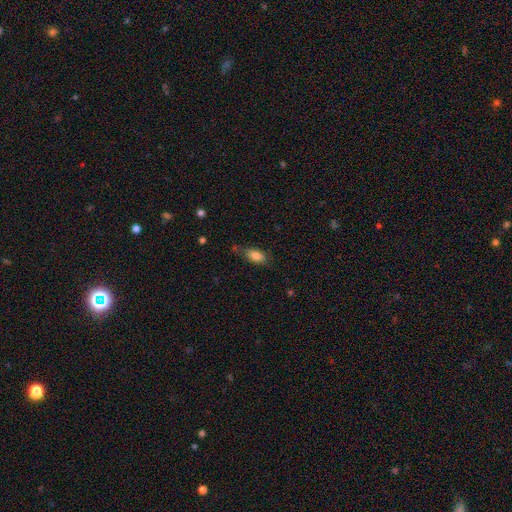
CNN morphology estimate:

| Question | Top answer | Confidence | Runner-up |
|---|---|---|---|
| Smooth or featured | smooth | 83% | star or artifact (8%) |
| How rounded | in between | 88% | cigar-shaped (7%) |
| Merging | none | 67% | minor disturbance (22%) |